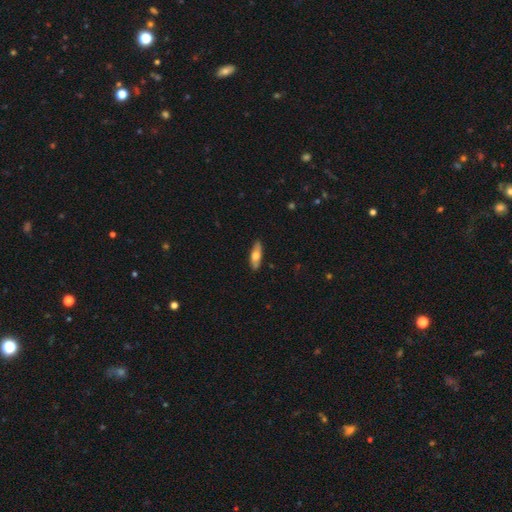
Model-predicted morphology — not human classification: A smooth galaxy with no disk features (60%) that is in between round and cigar-shaped (54%).

Vote fractions:
- Smooth or featured? smooth: 60% / featured or disk: 34% / star or artifact: 5%
- How rounded? in between: 54% / cigar-shaped: 43% / round: 3%
- Merging? none: 87% / minor disturbance: 10% / major disturbance: 2% / merger: 1%